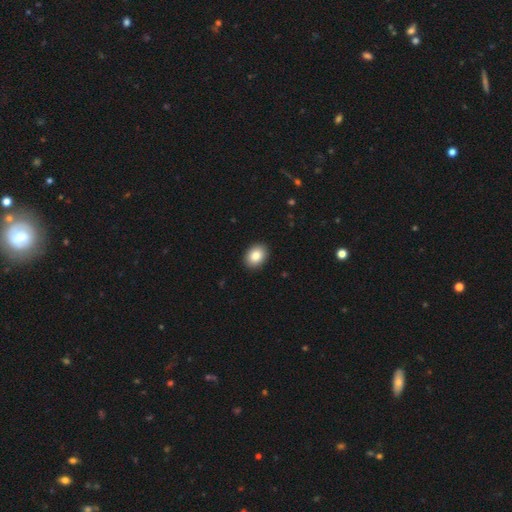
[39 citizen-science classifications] A smooth galaxy with no disk features (82%) that is in between round and cigar-shaped (84%). Merging: none (89%).